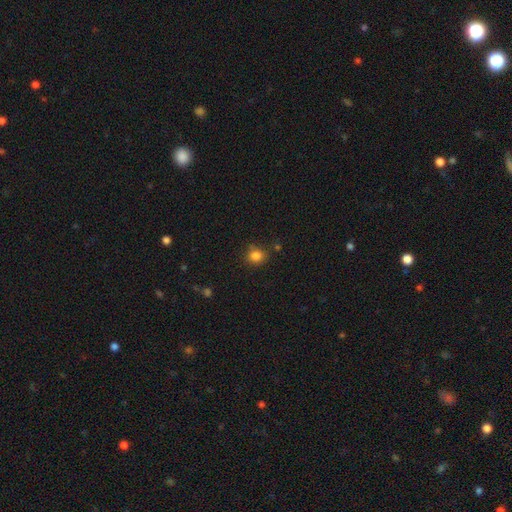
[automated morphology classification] Smooth or featured? Predicted: smooth (p=0.83). How rounded? Predicted: round (p=0.74). Merging? Predicted: none (p=0.75).